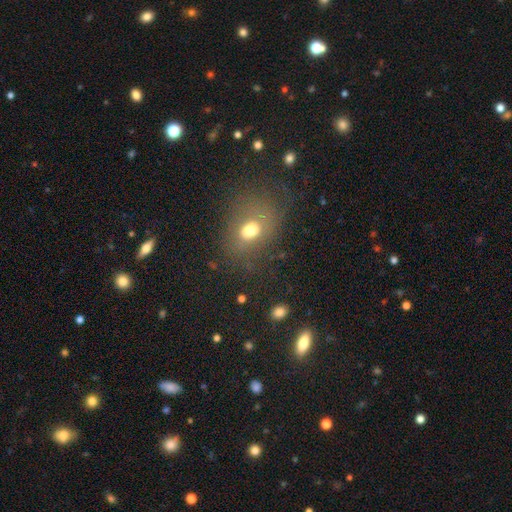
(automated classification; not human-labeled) Smooth or featured?
  - smooth: 61% *
  - star or artifact: 25%
  - featured or disk: 13%
How rounded?
  - in between: 50% *
  - round: 49%
  - cigar-shaped: 2%
Merging?
  - none: 72% *
  - minor disturbance: 16%
  - major disturbance: 8%
  - merger: 3%